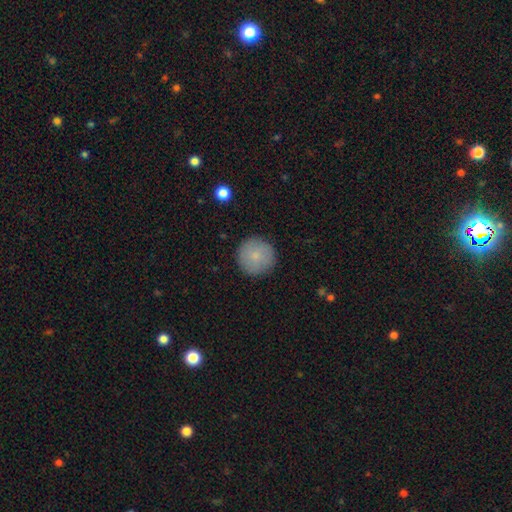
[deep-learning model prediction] Smooth or featured? smooth (83%)
How rounded? round (96%)
Merging? none (89%)